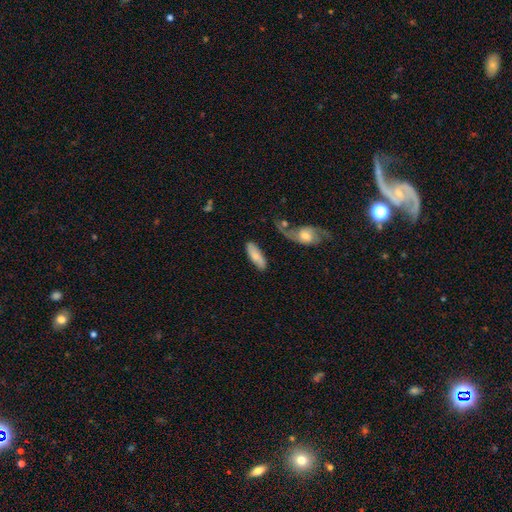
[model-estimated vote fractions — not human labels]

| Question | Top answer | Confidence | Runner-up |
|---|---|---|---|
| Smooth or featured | smooth | 70% | featured or disk (24%) |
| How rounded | in between | 61% | cigar-shaped (37%) |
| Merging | none | 72% | minor disturbance (16%) |